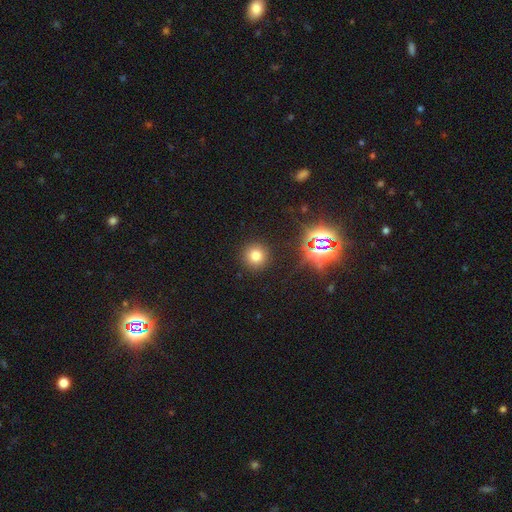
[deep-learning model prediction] This is likely a smooth galaxy (72%). How rounded: clearly round (94%). Merging: clearly none (91%).